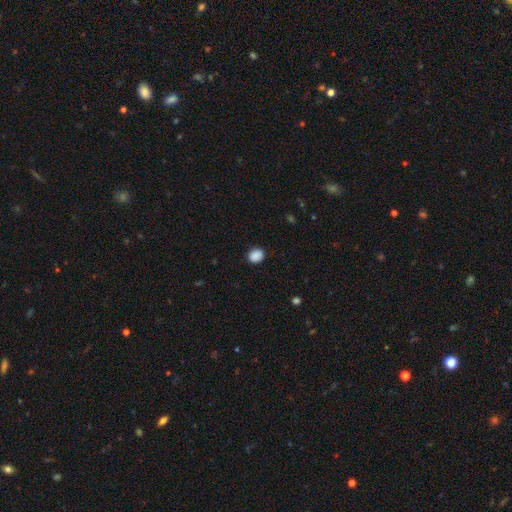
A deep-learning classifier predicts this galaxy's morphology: Overall: smooth (89%). How rounded: round (61%; in between 38%). Merging: none (88%).